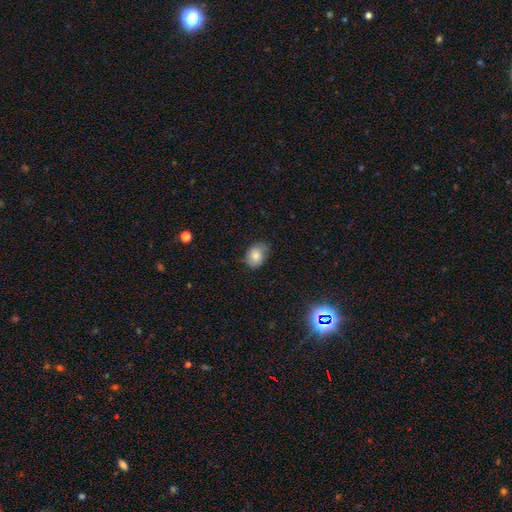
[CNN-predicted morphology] The model was most divided on "how rounded": in between: 64%, round: 35%, cigar-shaped: 1%. More confident: smooth or featured — smooth (79%); merging — none (69%).